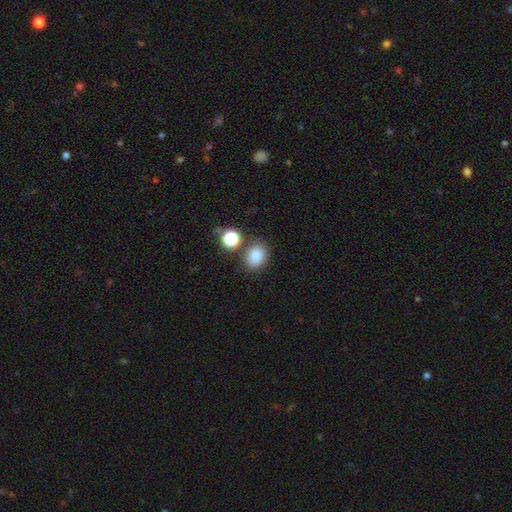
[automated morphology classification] Overall: smooth (83%). How rounded: in between (59%; round 40%). Merging: none (77%).